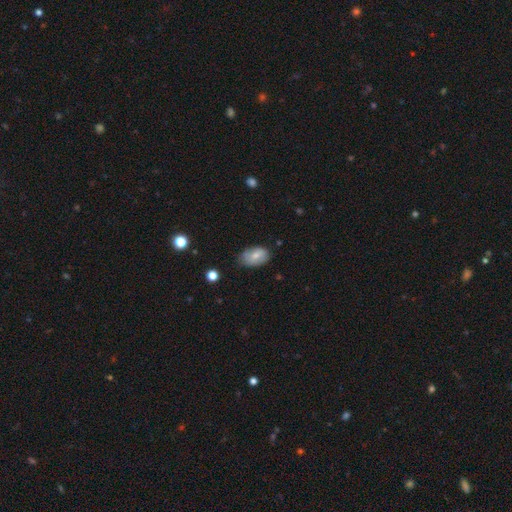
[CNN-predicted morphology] Smooth or featured?
  - smooth: 73% *
  - featured or disk: 20%
  - star or artifact: 7%
How rounded?
  - in between: 90% *
  - round: 8%
  - cigar-shaped: 1%
Merging?
  - none: 65% *
  - minor disturbance: 28%
  - major disturbance: 5%
  - merger: 2%